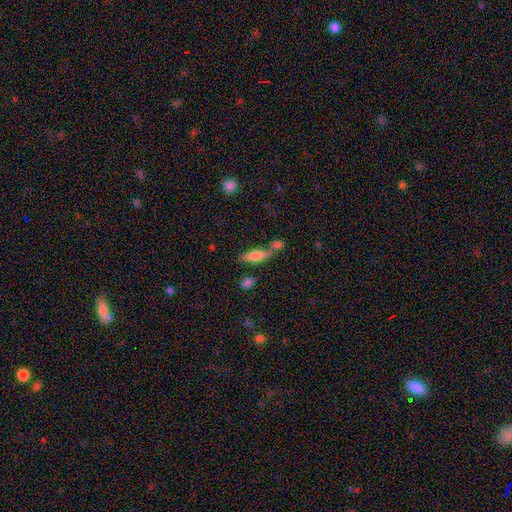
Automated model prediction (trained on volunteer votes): Smooth or featured? smooth (58%)
How rounded? in between (54%)
Merging? none (52%)